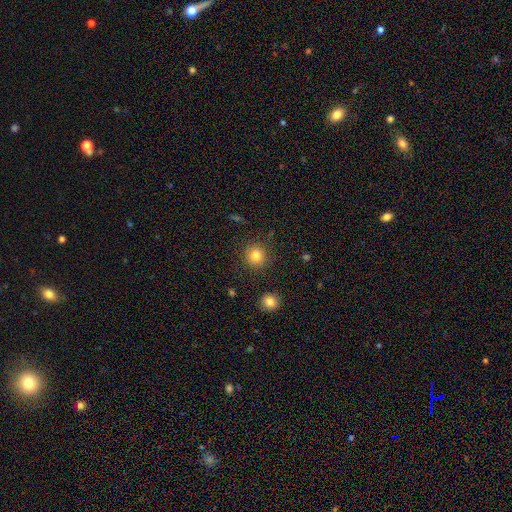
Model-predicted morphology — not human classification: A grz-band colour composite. It shows a smooth galaxy with no disk features (81%) that is round (92%). Merging: none (88%).